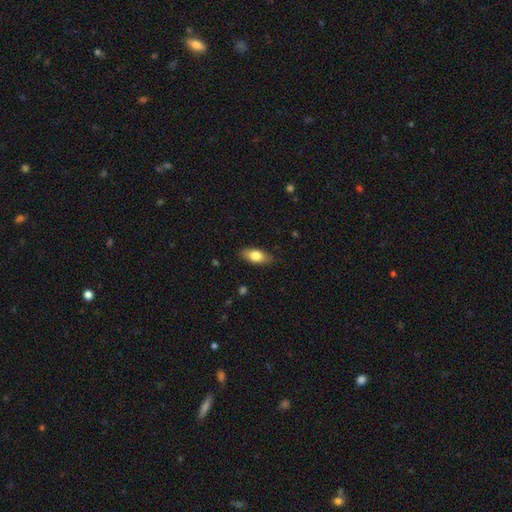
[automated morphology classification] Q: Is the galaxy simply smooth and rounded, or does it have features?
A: smooth — 77%.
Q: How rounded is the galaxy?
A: in between — 86%.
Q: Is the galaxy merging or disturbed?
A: none — 85%.